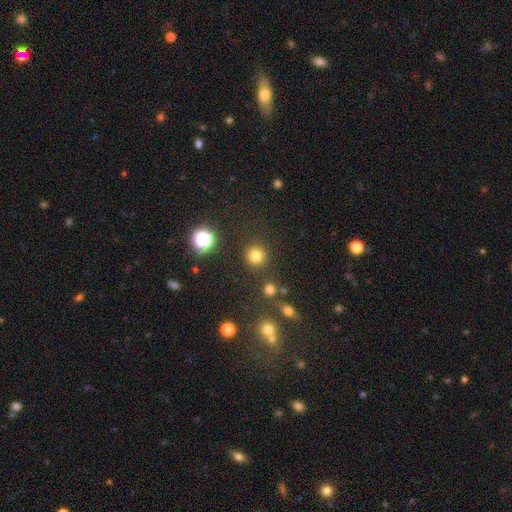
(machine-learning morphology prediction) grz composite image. It shows a smooth galaxy with no disk features (78%) that is round (94%). Merging: none (87%).